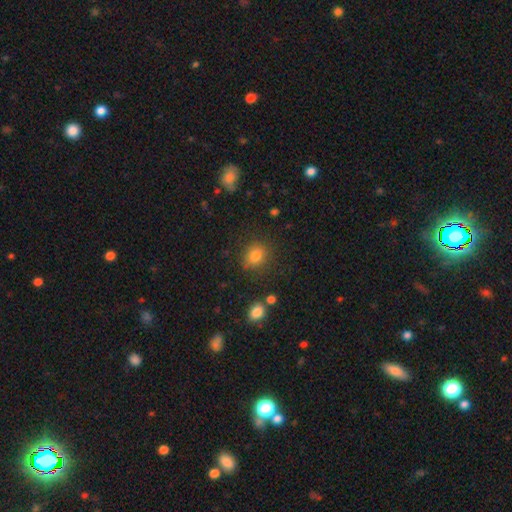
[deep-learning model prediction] Overall: smooth (81%). How rounded: round (66%; in between 33%). Merging: none (81%).